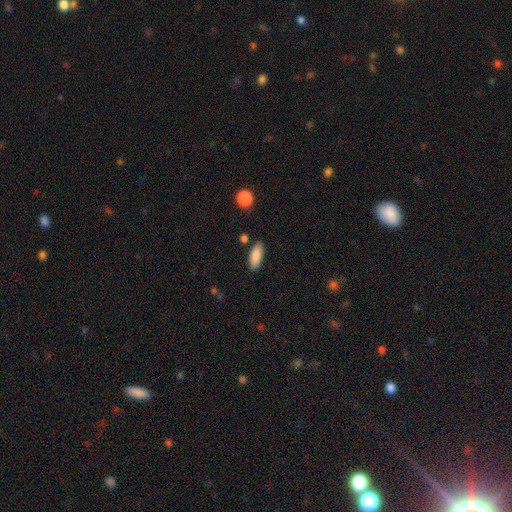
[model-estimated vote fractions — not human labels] The model was most divided on "how rounded": in between: 77%, cigar-shaped: 21%, round: 2%. More confident: smooth or featured — smooth (88%); merging — none (85%).